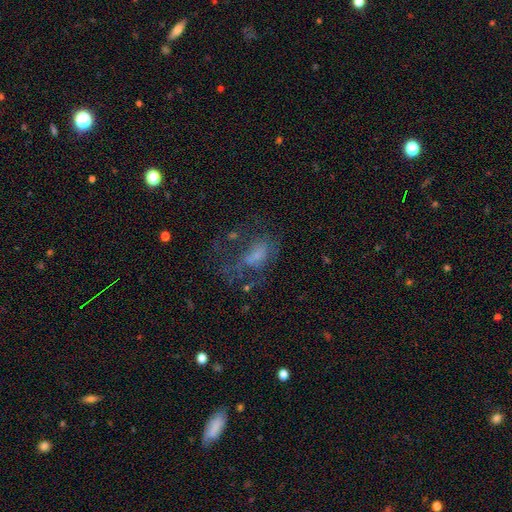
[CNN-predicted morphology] smooth_or_featured: featured or disk (p=0.43) [alt: smooth p=0.35]
merging: major disturbance (p=0.43) [alt: none p=0.34]